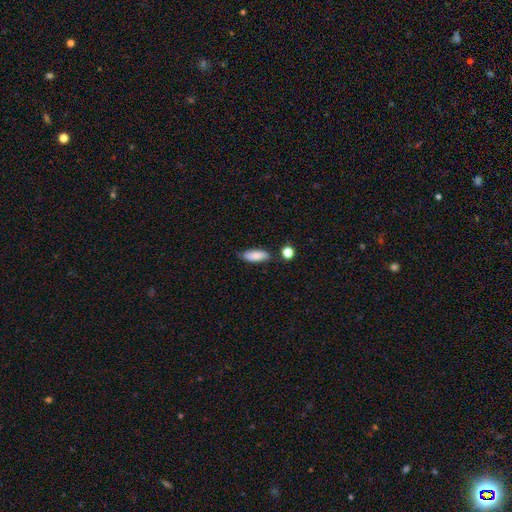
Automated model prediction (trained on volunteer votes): smooth_or_featured: smooth (p=0.84) [alt: featured or disk p=0.09]
how_rounded: in between (p=0.72) [alt: cigar-shaped p=0.26]
merging: none (p=0.72) [alt: minor disturbance p=0.19]